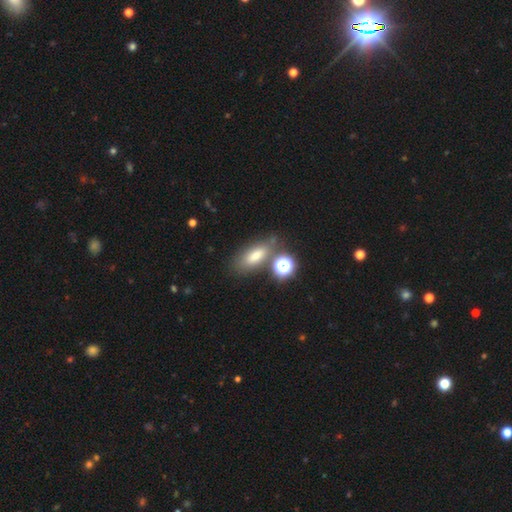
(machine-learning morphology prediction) Smooth or featured? smooth (69%)
How rounded? in between (73%)
Merging? none (63%)